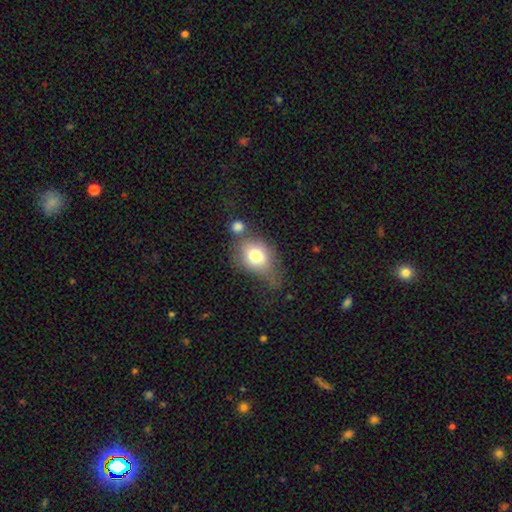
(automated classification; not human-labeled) Smooth or featured? smooth (73%)
How rounded? in between (61%)
Merging? none (37%)